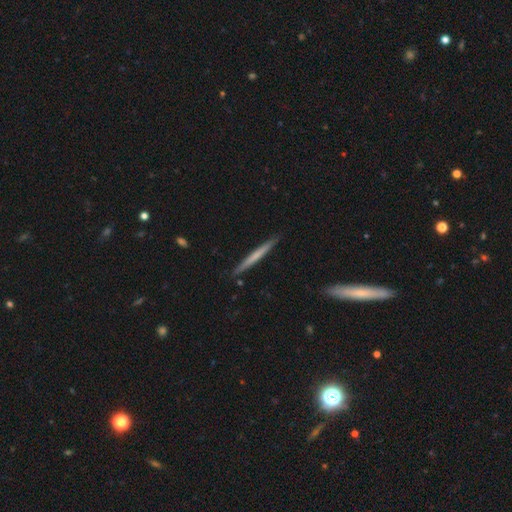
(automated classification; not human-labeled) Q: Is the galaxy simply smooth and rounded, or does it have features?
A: smooth — 54%.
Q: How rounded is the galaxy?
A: cigar-shaped — 97%.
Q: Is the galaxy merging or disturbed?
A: none — 91%.